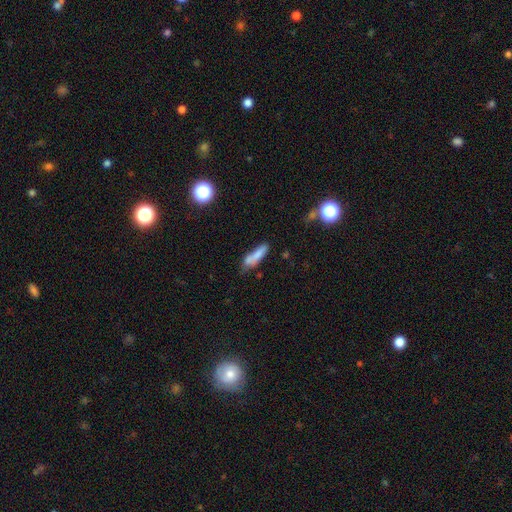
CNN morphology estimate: A smooth galaxy with no disk features (76%) that is cigar-shaped (69%). Merging: none (51%).